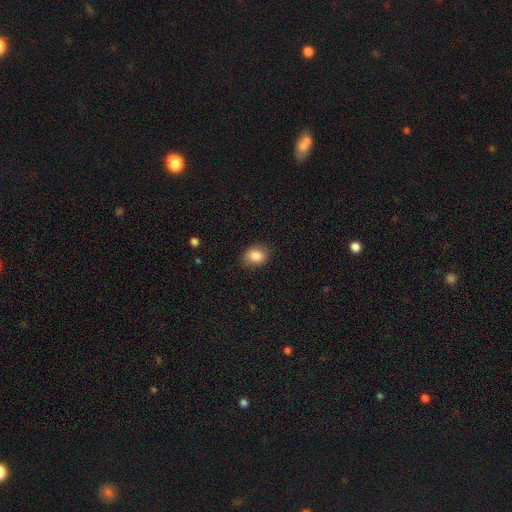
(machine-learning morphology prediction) Smooth or featured?
  - smooth: 86% *
  - star or artifact: 9%
  - featured or disk: 6%
How rounded?
  - in between: 51% *
  - round: 48%
  - cigar-shaped: 1%
Merging?
  - none: 83% *
  - minor disturbance: 13%
  - major disturbance: 3%
  - merger: 1%